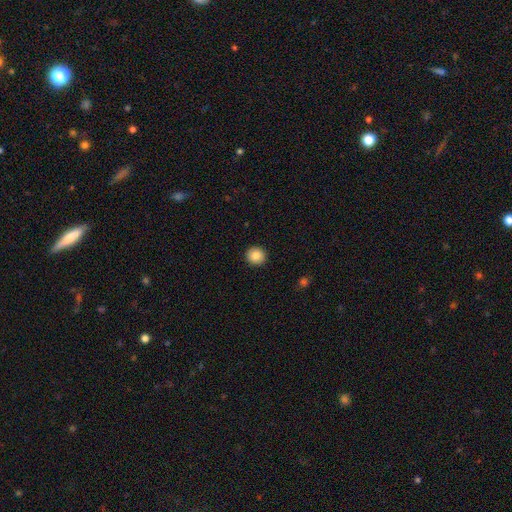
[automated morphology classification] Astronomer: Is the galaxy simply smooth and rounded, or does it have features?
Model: smooth — 86%.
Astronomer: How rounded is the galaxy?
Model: round — 92%.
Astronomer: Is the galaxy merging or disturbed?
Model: none — 93%.